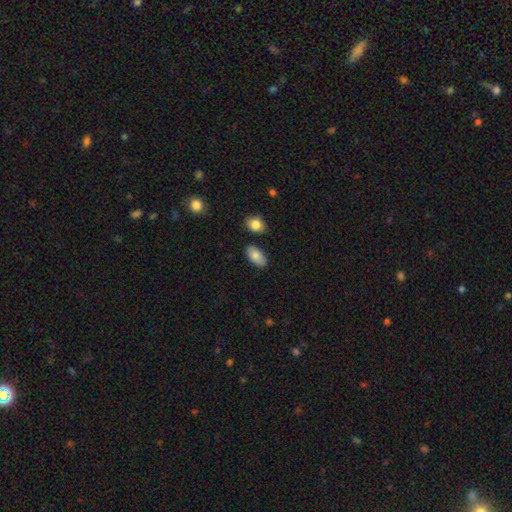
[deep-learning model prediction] Morphology: type=smooth (84%); roundness=in between (94%); merging=none (83%).